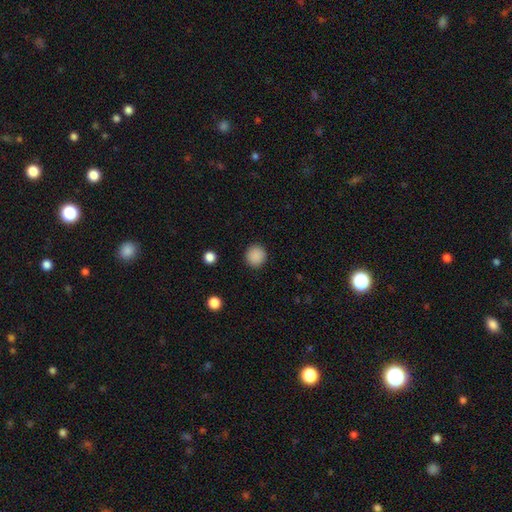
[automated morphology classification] smooth-or-featured: smooth: 88% | star or artifact: 9% | featured or disk: 2%
  how-rounded: round: 93% | in between: 6% | cigar-shaped: 1%
  merging: none: 91% | minor disturbance: 6% | major disturbance: 2% | merger: 1%